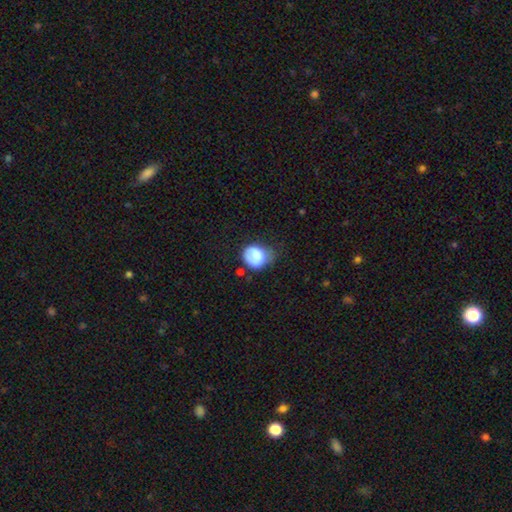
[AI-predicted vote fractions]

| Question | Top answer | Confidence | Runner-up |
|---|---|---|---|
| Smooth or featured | smooth | 77% | featured or disk (16%) |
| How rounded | round | 61% | in between (38%) |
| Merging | none | 41% | minor disturbance (37%) |